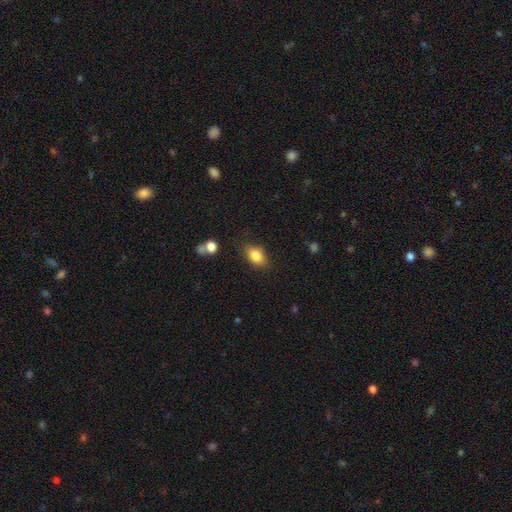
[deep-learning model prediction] smooth_or_featured: smooth (p=0.83) [alt: star or artifact p=0.09]
how_rounded: in between (p=0.79) [alt: round p=0.19]
merging: none (p=0.80) [alt: minor disturbance p=0.14]